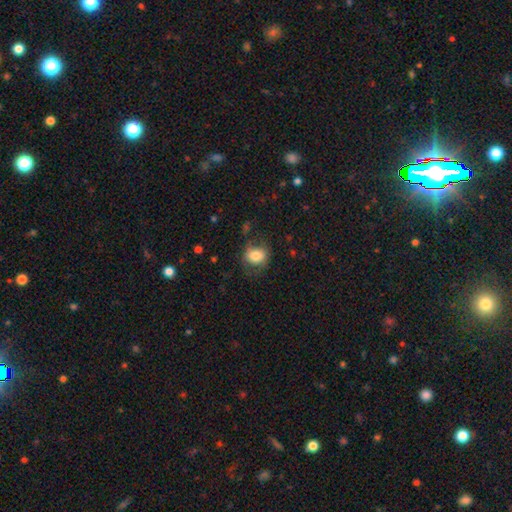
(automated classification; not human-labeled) Smooth or featured? smooth (79%)
How rounded? round (58%)
Merging? none (69%)